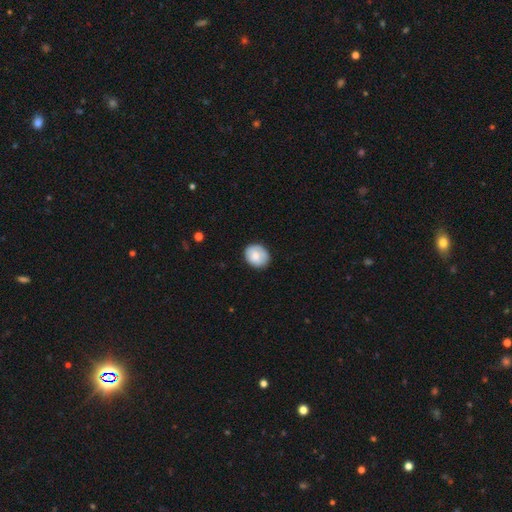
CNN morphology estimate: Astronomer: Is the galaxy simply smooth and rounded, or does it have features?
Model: smooth — 79%.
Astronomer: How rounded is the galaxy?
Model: round — 64%.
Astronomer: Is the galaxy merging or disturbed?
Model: none — 82%.